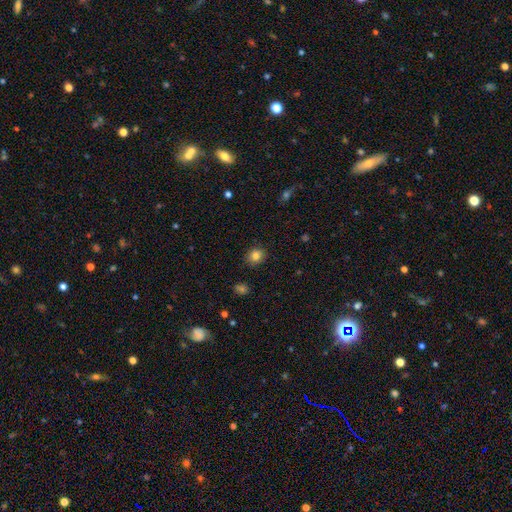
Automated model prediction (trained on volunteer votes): This appears to be a smooth galaxy with no disk features (83%) that is round (72%). Merging: none (88%).